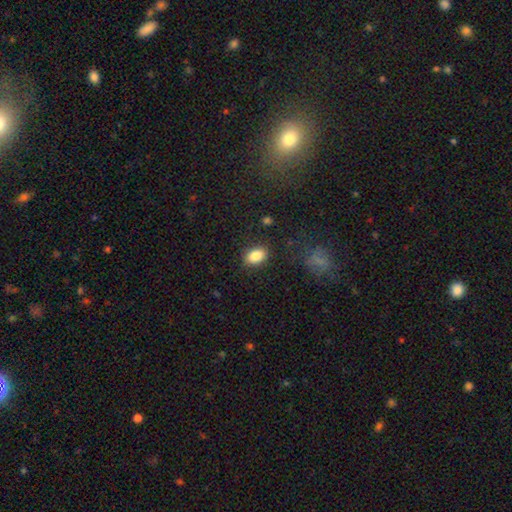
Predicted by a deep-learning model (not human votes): Smooth or featured: smooth — 85% (star or artifact — 9%)
How rounded: in between — 82% (round — 16%)
Merging: none — 86% (minor disturbance — 10%)